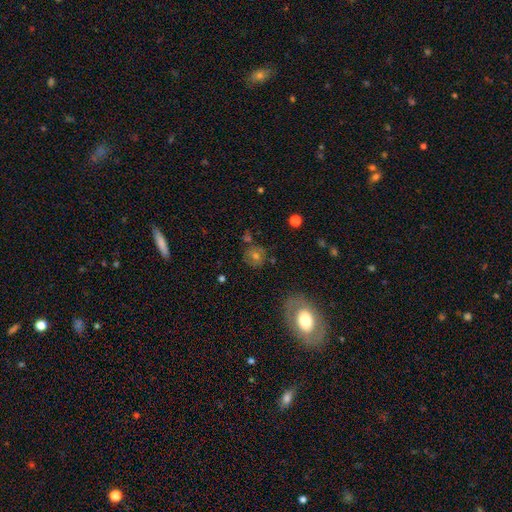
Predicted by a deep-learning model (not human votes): Morphology: type=smooth (51%); roundness=round (81%); merging=none (75%).